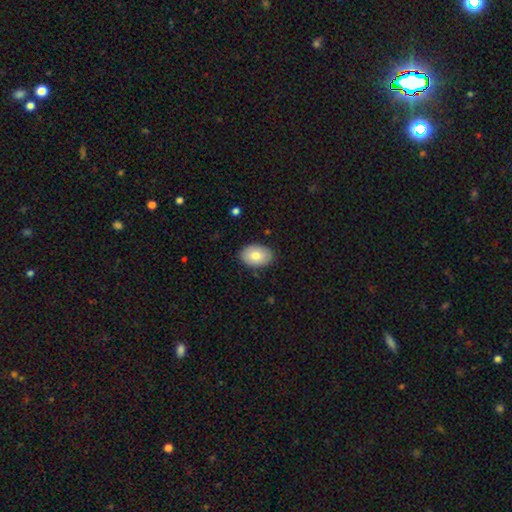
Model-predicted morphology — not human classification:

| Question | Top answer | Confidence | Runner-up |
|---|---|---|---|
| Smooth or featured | smooth | 77% | featured or disk (16%) |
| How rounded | in between | 84% | round (15%) |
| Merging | none | 86% | minor disturbance (10%) |